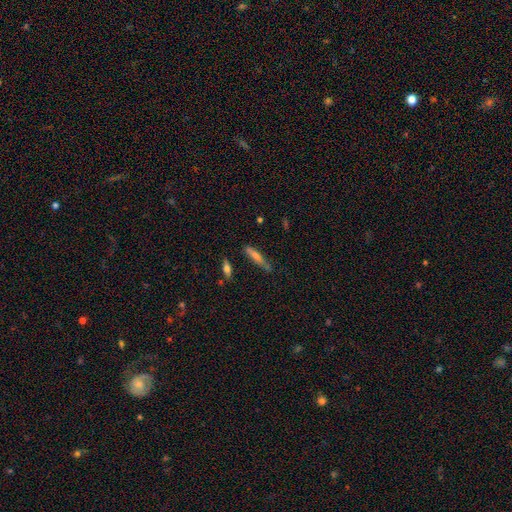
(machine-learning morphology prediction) smooth 46%, featured or disk 43%, star or artifact 11%. Down the decision tree: merging — none (72%).